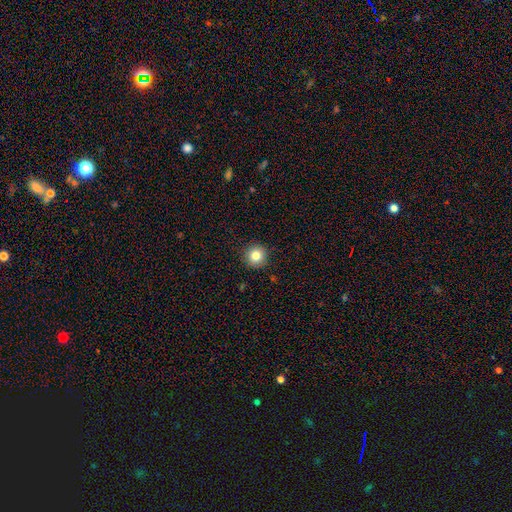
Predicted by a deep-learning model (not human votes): This is clearly a smooth galaxy (82%). How rounded: clearly round (95%). Merging: clearly none (92%).